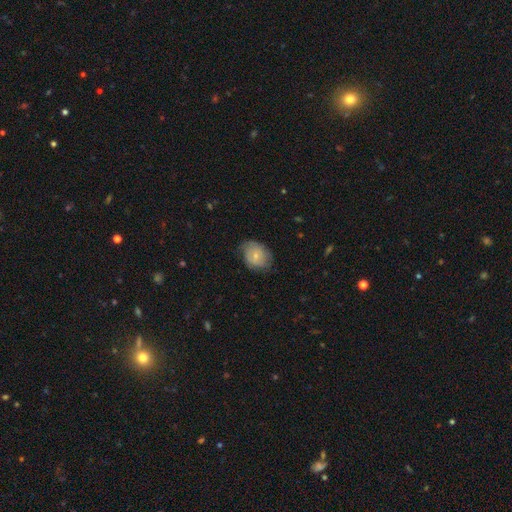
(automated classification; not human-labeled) This is possibly a smooth galaxy (58%). How rounded: possibly in between (55%). Merging: likely none (62%).